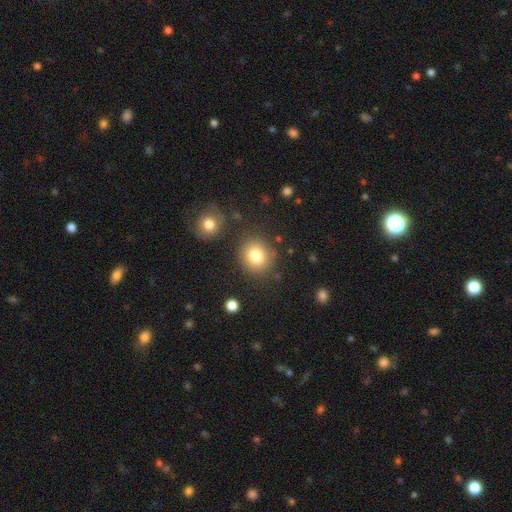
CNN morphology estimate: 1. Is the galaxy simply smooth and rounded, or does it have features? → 80% smooth, 11% star or artifact, 9% featured or disk.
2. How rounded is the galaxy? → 85% round, 14% in between, 1% cigar-shaped.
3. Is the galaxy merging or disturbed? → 82% none, 9% minor disturbance, 5% merger, 3% major disturbance.